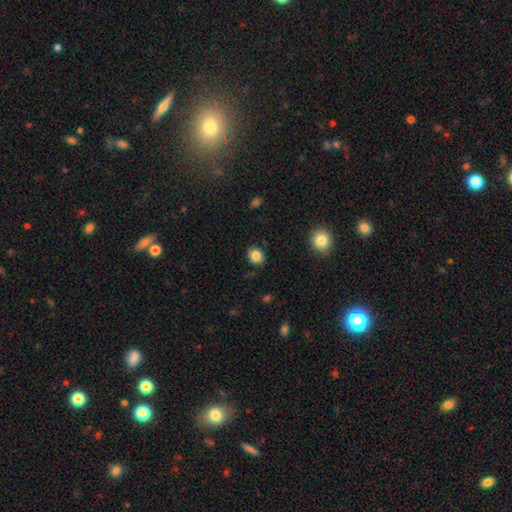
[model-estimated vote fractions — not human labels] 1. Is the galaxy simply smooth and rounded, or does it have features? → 84% smooth, 10% star or artifact, 6% featured or disk.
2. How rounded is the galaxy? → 60% round, 39% in between, 1% cigar-shaped.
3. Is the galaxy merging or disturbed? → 86% none, 10% minor disturbance, 2% major disturbance, 1% merger.